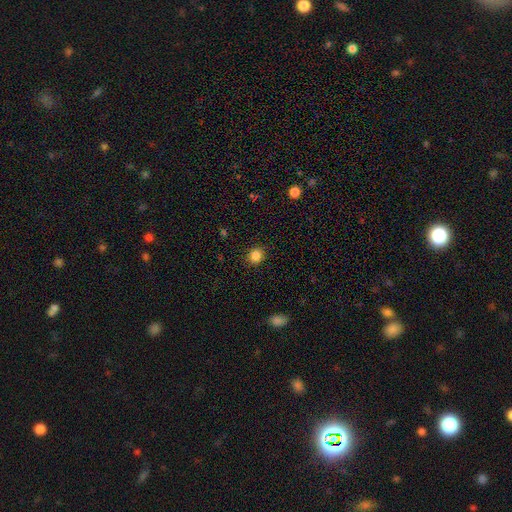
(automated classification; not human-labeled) Smooth or featured?
  - smooth: 84% *
  - star or artifact: 11%
  - featured or disk: 5%
How rounded?
  - round: 80% *
  - in between: 19%
  - cigar-shaped: 1%
Merging?
  - none: 91% *
  - minor disturbance: 6%
  - major disturbance: 2%
  - merger: 1%